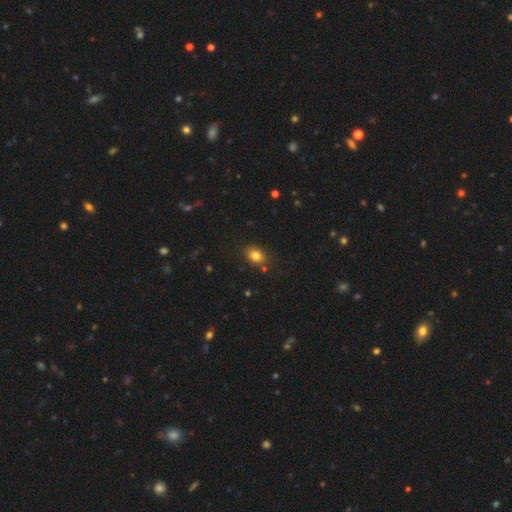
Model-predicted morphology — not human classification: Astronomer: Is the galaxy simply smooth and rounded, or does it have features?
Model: smooth — 81%.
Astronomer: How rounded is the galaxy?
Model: in between — 61% (runner-up: round, 37%).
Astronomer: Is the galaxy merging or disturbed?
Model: none — 82%.